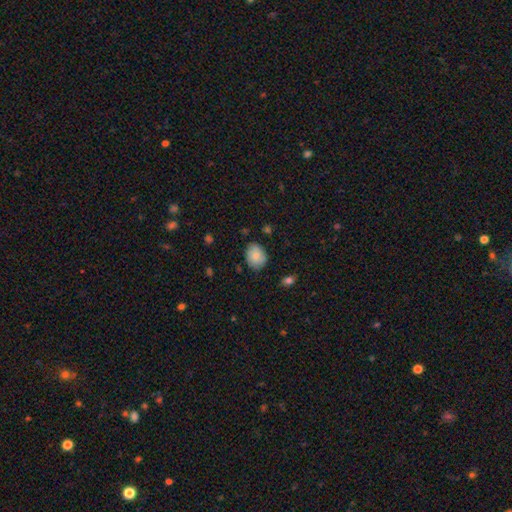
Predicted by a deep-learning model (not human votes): Overall: smooth (80%). How rounded: in between (52%; round 47%). Merging: none (75%).